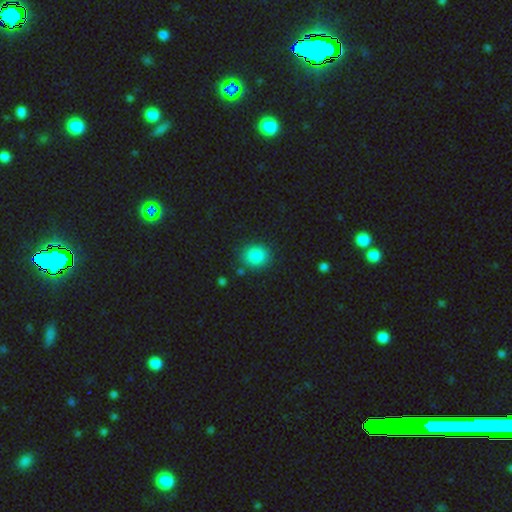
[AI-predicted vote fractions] Morphology: type=smooth (86%); roundness=round (73%); merging=none (86%).